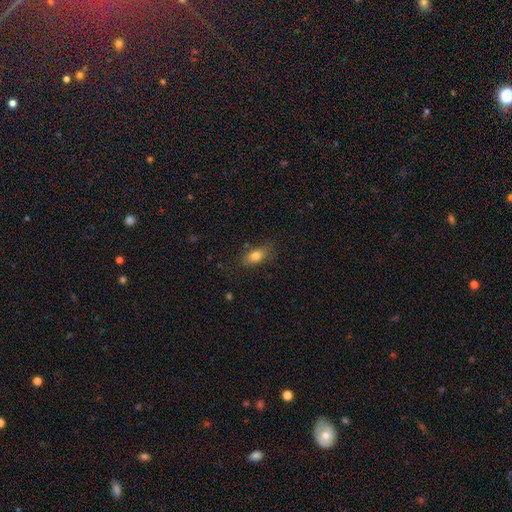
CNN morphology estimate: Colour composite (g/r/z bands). It shows a smooth galaxy with no disk features (80%) that is in between round and cigar-shaped (83%). Merging: none (75%).